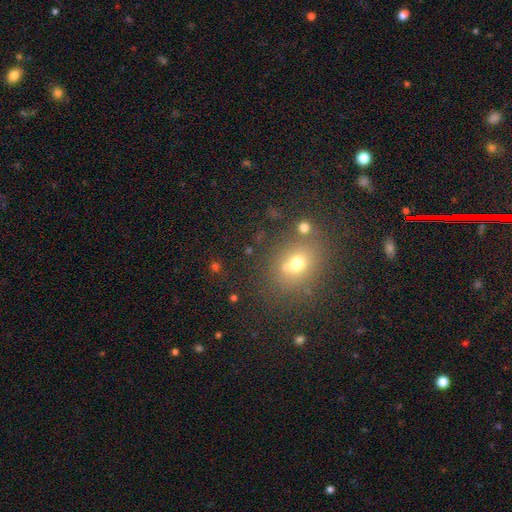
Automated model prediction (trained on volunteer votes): Morphology: type=smooth (52%); roundness=round (62%); merging=none (82%).